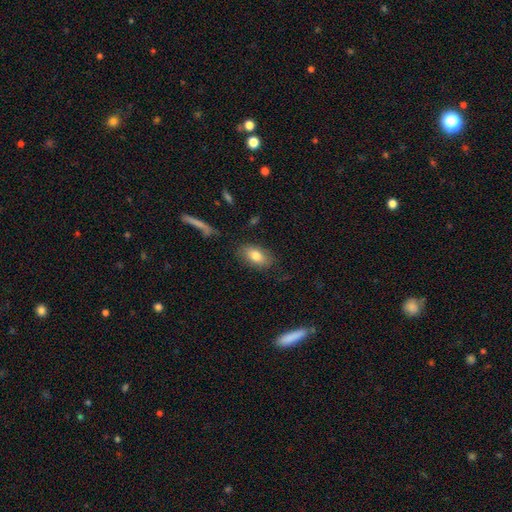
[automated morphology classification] The model was most divided on "smooth or featured": smooth: 79%, featured or disk: 13%, star or artifact: 8%. More confident: how rounded — in between (90%); merging — none (80%).